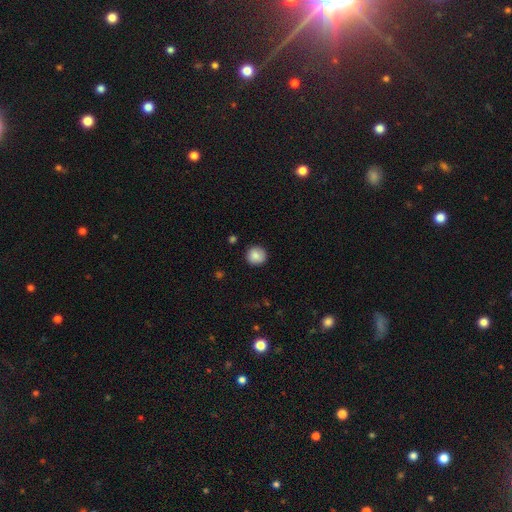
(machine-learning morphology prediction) Smooth or featured?
  - smooth: 87% *
  - star or artifact: 8%
  - featured or disk: 5%
How rounded?
  - round: 93% *
  - in between: 6%
  - cigar-shaped: 1%
Merging?
  - none: 90% *
  - minor disturbance: 7%
  - major disturbance: 2%
  - merger: 1%